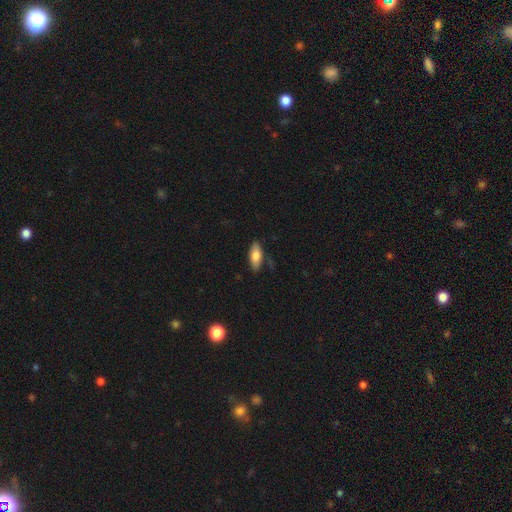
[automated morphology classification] Smooth or featured? smooth (76%)
How rounded? in between (77%)
Merging? none (79%)